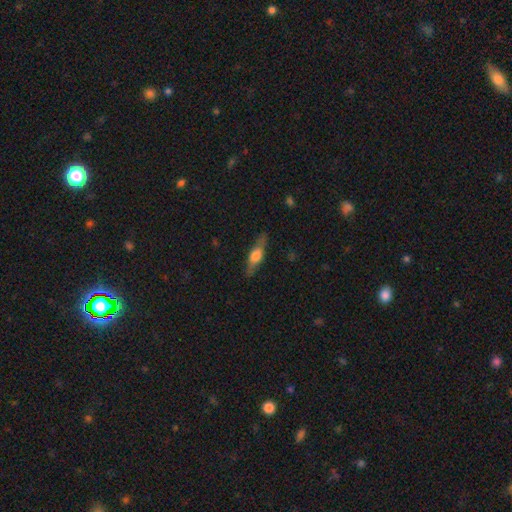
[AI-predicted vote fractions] Smooth or featured?
  - featured or disk: 48% *
  - smooth: 46%
  - star or artifact: 6%
Merging?
  - none: 82% *
  - minor disturbance: 13%
  - major disturbance: 3%
  - merger: 1%